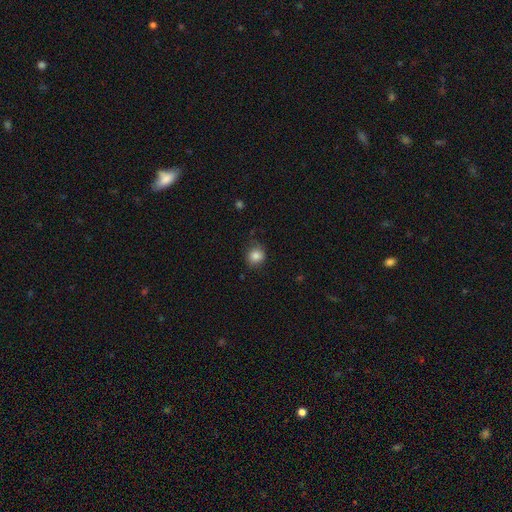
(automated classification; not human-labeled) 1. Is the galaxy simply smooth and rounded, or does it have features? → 84% smooth, 10% star or artifact, 6% featured or disk.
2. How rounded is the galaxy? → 83% round, 16% in between, 1% cigar-shaped.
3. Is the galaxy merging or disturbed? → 77% none, 18% minor disturbance, 4% major disturbance, 1% merger.